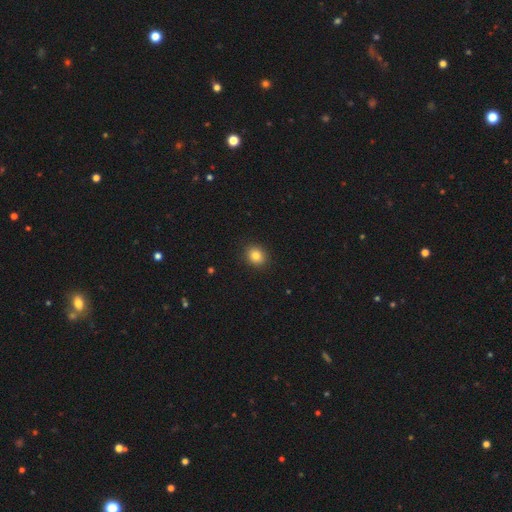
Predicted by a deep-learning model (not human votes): Smooth or featured: smooth — 83% (star or artifact — 11%)
How rounded: round — 71% (in between — 28%)
Merging: none — 91% (minor disturbance — 6%)